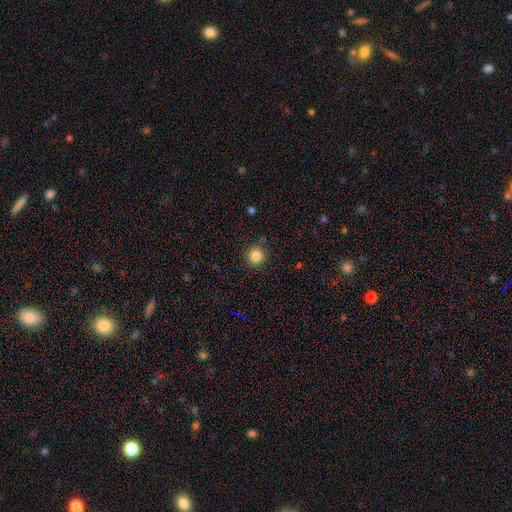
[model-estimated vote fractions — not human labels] This appears to be a smooth galaxy with no disk features (84%) that is round (92%). Merging: none (87%).